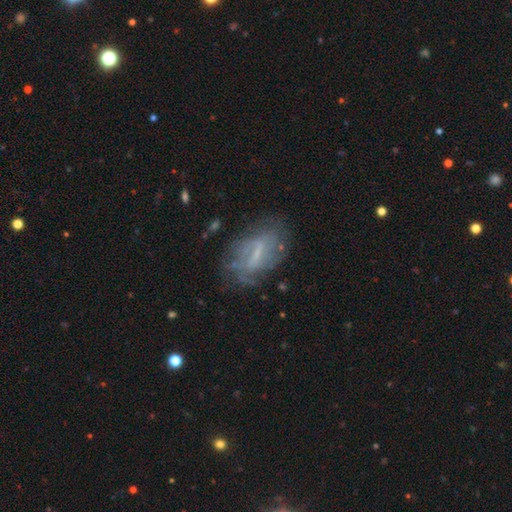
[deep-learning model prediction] Smooth or featured: featured or disk — 53% (smooth — 30%)
Edge-on disk: no — 90% (yes — 10%)
Merging: none — 68% (minor disturbance — 19%)